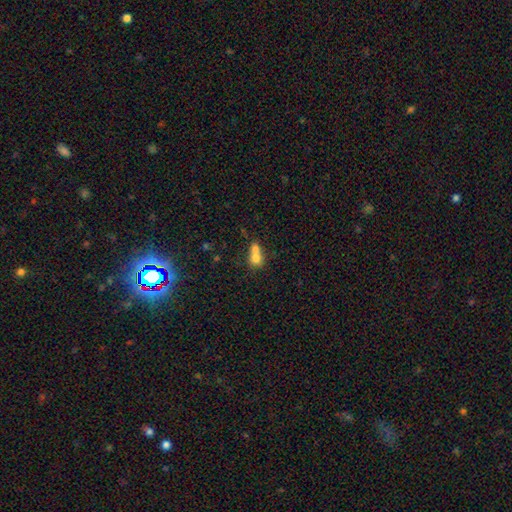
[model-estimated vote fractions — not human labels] Morphology: type=smooth (73%); roundness=round (68%); merging=merger (69%).